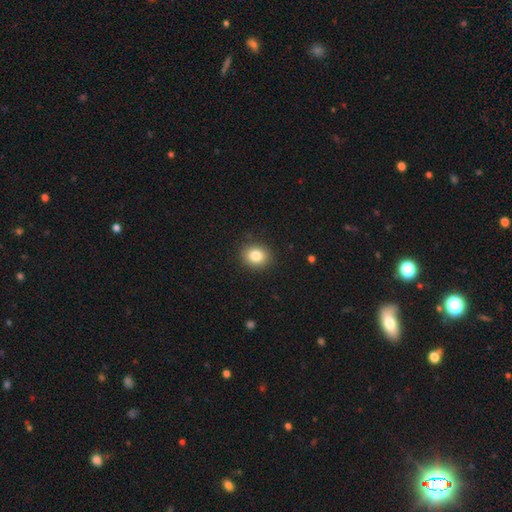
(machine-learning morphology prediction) Smooth or featured: smooth — 83% (star or artifact — 10%)
How rounded: round — 69% (in between — 30%)
Merging: none — 89% (minor disturbance — 7%)